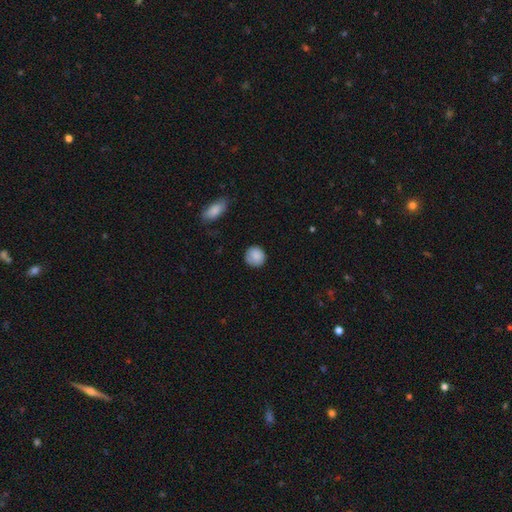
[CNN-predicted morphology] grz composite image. It shows a smooth galaxy with no disk features (86%) that is round (88%). Merging: none (79%).